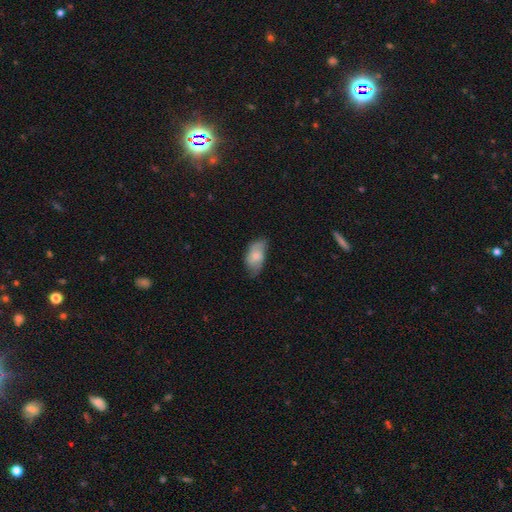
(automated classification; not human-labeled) Smooth or featured? smooth (67%)
How rounded? in between (92%)
Merging? none (55%)